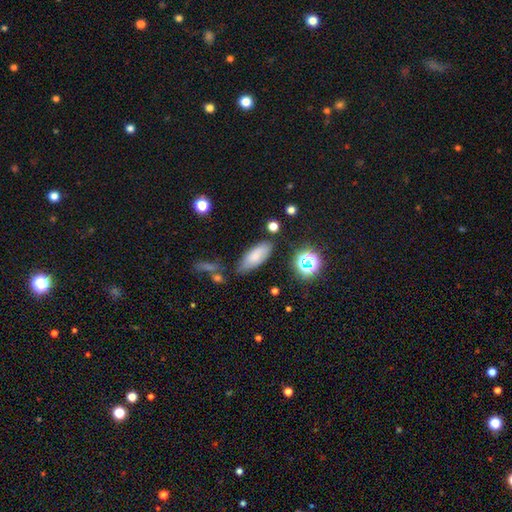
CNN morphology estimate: A smooth galaxy with no disk features (75%) that is in between round and cigar-shaped (80%). Merging: none (72%).